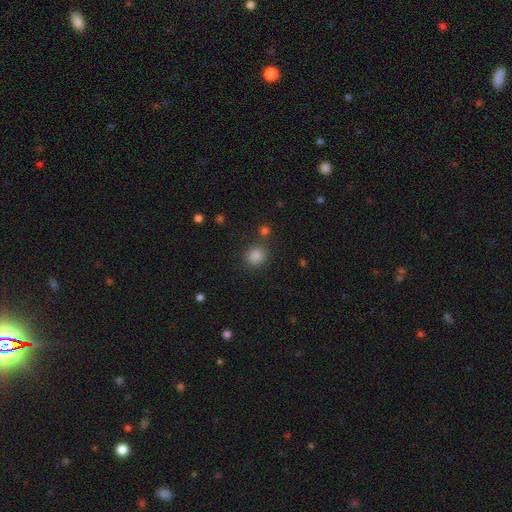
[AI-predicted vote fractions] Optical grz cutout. It shows a smooth galaxy with no disk features (83%) that is round (81%). Merging: none (81%).